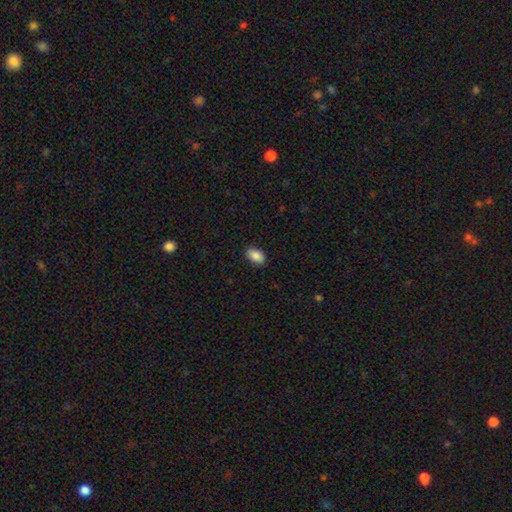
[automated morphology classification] Smooth or featured?
  - smooth: 87% *
  - star or artifact: 7%
  - featured or disk: 6%
How rounded?
  - in between: 91% *
  - round: 7%
  - cigar-shaped: 2%
Merging?
  - none: 88% *
  - minor disturbance: 9%
  - major disturbance: 2%
  - merger: 1%